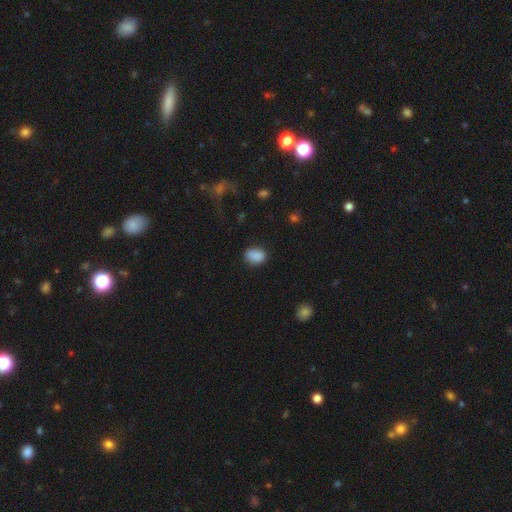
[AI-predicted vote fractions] smooth-or-featured: smooth: 88% | star or artifact: 9% | featured or disk: 4%
  how-rounded: in between: 73% | round: 26% | cigar-shaped: 1%
  merging: none: 79% | minor disturbance: 15% | major disturbance: 4% | merger: 2%